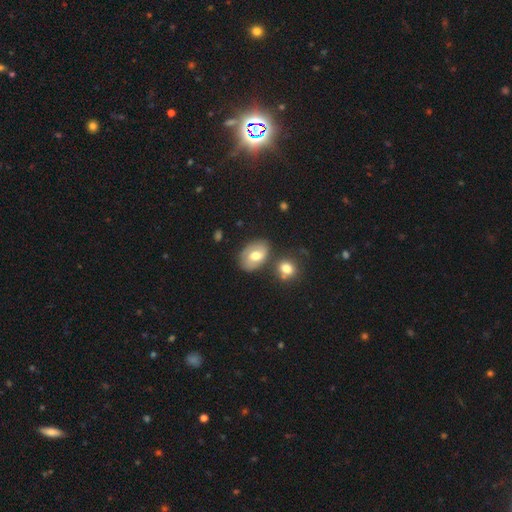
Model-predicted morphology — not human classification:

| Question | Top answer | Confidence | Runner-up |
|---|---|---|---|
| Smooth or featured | smooth | 55% | featured or disk (37%) |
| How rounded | in between | 80% | round (19%) |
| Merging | none | 64% | minor disturbance (18%) |